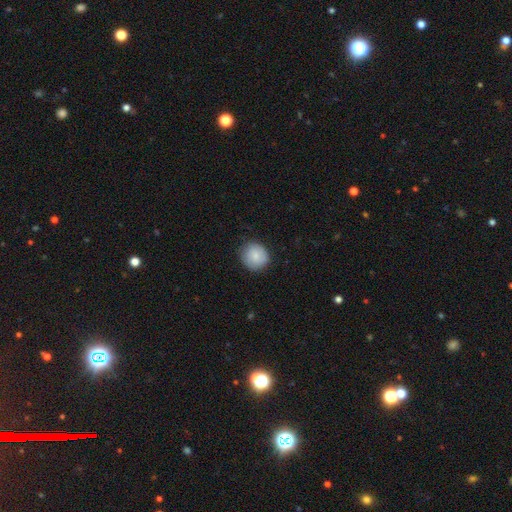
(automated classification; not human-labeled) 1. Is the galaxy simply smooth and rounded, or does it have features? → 83% smooth, 11% featured or disk, 7% star or artifact.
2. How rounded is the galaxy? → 87% round, 12% in between, 1% cigar-shaped.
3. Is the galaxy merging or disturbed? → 83% none, 13% minor disturbance, 3% major disturbance, 1% merger.